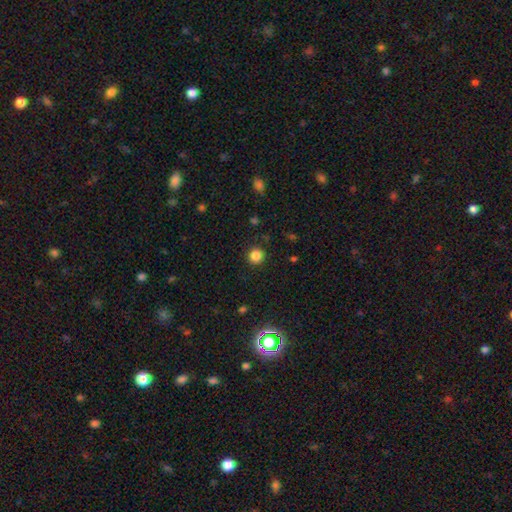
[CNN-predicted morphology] A smooth galaxy with no disk features (84%) that is round (94%). Merging: none (90%).